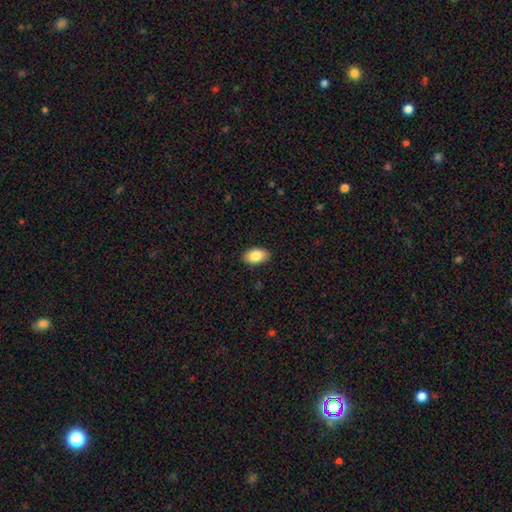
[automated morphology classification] Smooth or featured?
  - smooth: 86% *
  - featured or disk: 7%
  - star or artifact: 7%
How rounded?
  - in between: 93% *
  - round: 6%
  - cigar-shaped: 1%
Merging?
  - none: 89% *
  - minor disturbance: 8%
  - major disturbance: 2%
  - merger: 1%